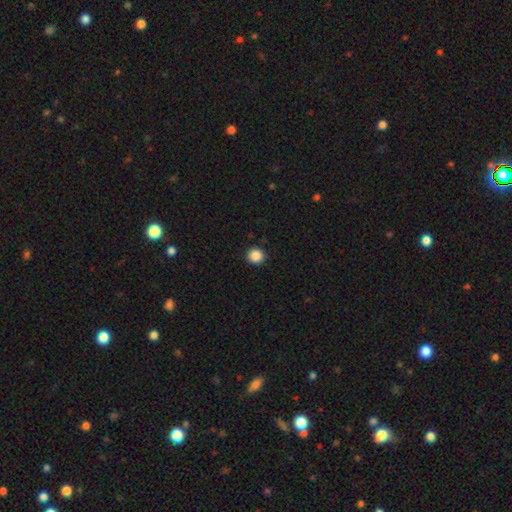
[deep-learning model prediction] Morphology: type=smooth (88%); roundness=round (93%); merging=none (92%).